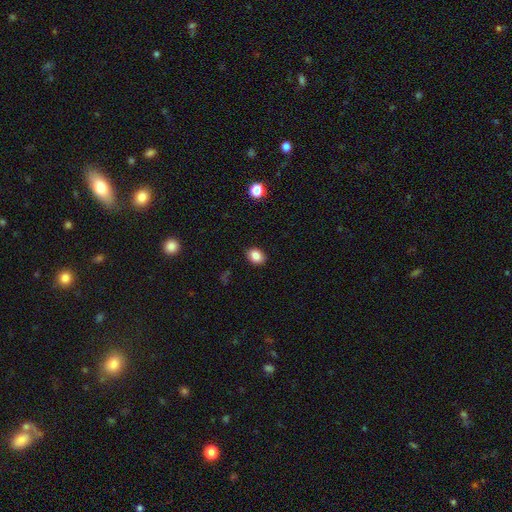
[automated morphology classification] Smooth or featured?
  - smooth: 85% *
  - star or artifact: 9%
  - featured or disk: 5%
How rounded?
  - in between: 67% *
  - round: 32%
  - cigar-shaped: 1%
Merging?
  - none: 89% *
  - minor disturbance: 8%
  - major disturbance: 2%
  - merger: 1%